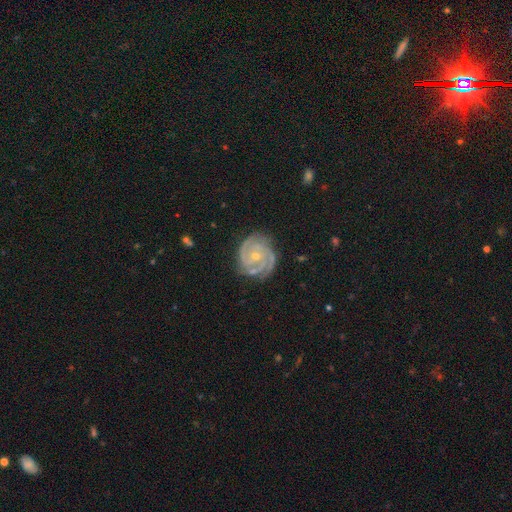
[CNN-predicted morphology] Smooth or featured: featured or disk — 90% (star or artifact — 5%)
Edge-on disk: no — 98% (yes — 2%)
Bar: no — 70% (weak — 23%)
Spiral arms: yes — 98% (no — 2%)
Spiral winding: tight — 71% (medium — 26%)
Spiral arm count: 3 — 49% (2 — 20%)
Bulge size: small — 66% (moderate — 31%)
Merging: none — 77% (minor disturbance — 17%)